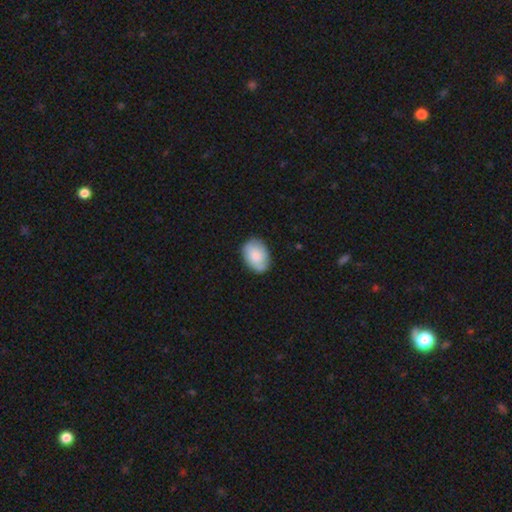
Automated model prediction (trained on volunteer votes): smooth 73%, featured or disk 21%, star or artifact 6%. Down the decision tree: how rounded — in between (79%); merging — none (79%).